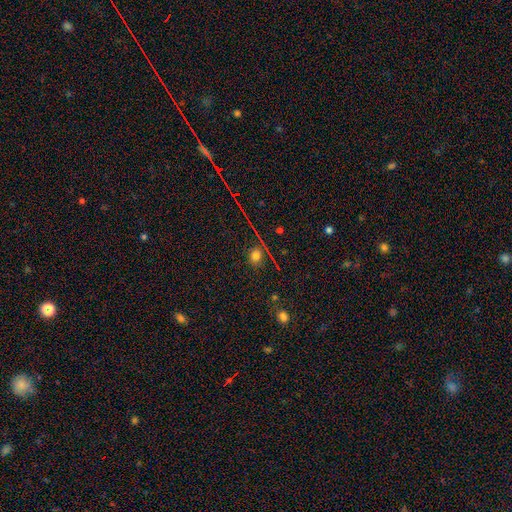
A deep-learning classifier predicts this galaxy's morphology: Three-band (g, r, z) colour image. It shows a smooth galaxy with no disk features (62%) that is round (75%). Merging: none (78%).